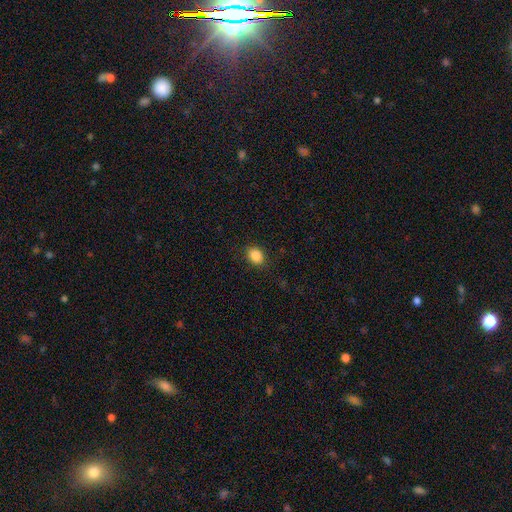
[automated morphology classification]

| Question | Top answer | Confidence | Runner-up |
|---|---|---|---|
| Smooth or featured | smooth | 87% | star or artifact (9%) |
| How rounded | in between | 62% | round (37%) |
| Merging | none | 87% | minor disturbance (9%) |